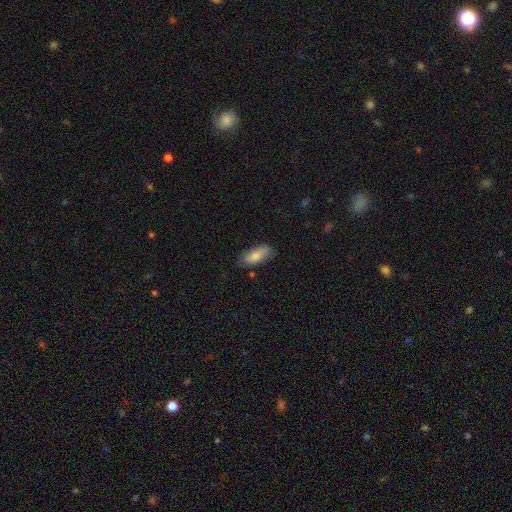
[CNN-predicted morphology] Smooth or featured?
  - smooth: 83% *
  - featured or disk: 11%
  - star or artifact: 6%
How rounded?
  - in between: 82% *
  - cigar-shaped: 16%
  - round: 2%
Merging?
  - none: 77% *
  - minor disturbance: 17%
  - major disturbance: 3%
  - merger: 2%